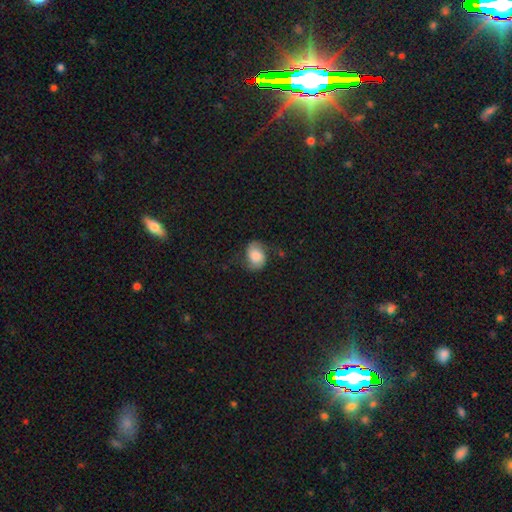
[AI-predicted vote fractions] Morphology: type=smooth (61%); roundness=in between (67%); merging=none (61%).